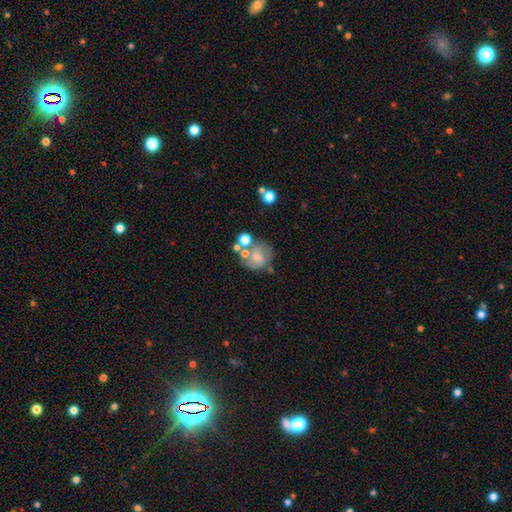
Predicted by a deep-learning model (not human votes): Morphology: type=smooth (43%); merging=none (51%).